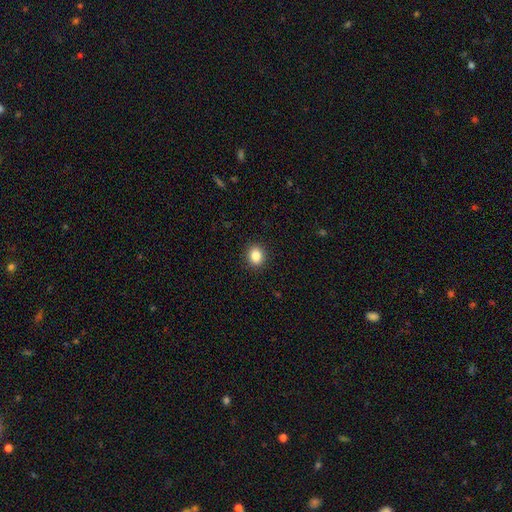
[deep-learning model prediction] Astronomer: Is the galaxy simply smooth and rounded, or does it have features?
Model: smooth — 85%.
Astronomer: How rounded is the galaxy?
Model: round — 64%.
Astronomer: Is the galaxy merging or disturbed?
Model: none — 91%.